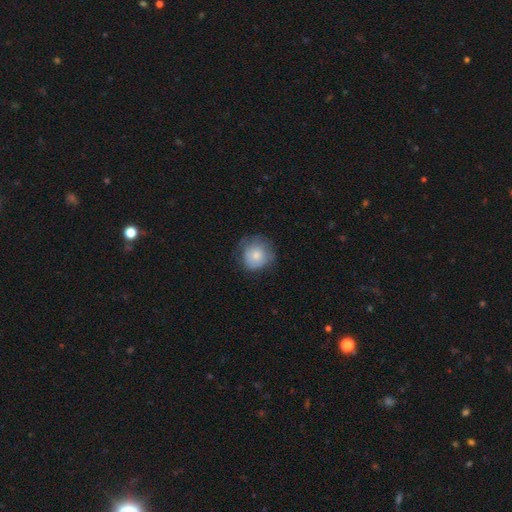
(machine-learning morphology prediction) Smooth or featured: smooth — 68% (featured or disk — 25%)
How rounded: round — 87% (in between — 12%)
Merging: none — 58% (minor disturbance — 29%)